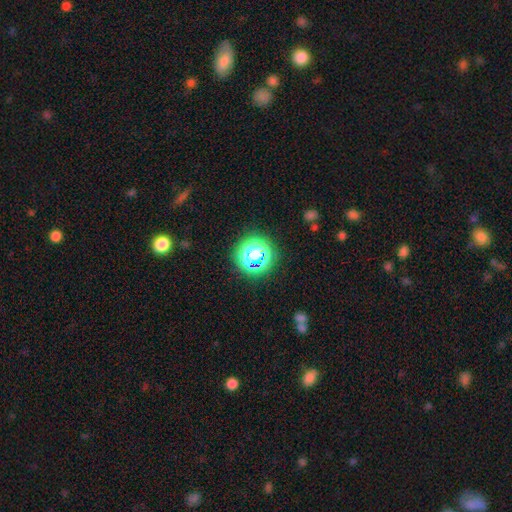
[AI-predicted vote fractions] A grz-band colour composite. It shows a star or artifact, not a galaxy (52%).